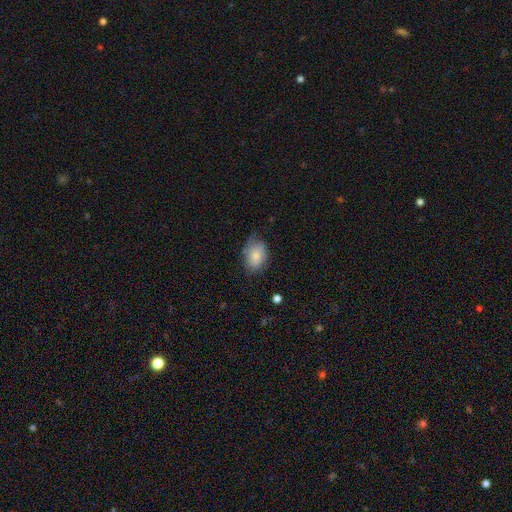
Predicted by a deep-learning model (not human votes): Q: Smooth or featured?
A: smooth (81%); runner-up: featured or disk (12%)
Q: How rounded?
A: in between (82%); runner-up: round (16%)
Q: Merging?
A: none (61%); runner-up: minor disturbance (29%)